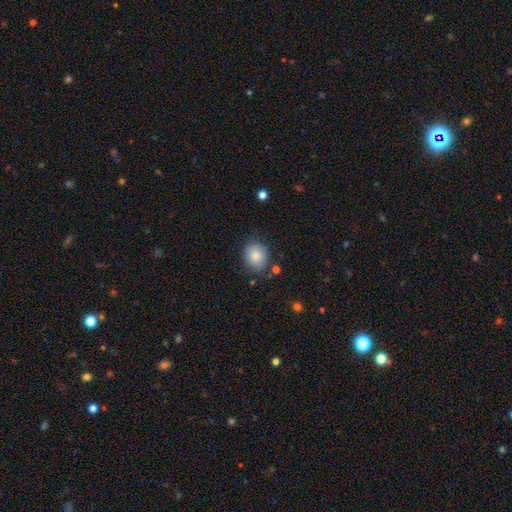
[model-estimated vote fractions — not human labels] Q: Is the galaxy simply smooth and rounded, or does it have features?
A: smooth — 84%.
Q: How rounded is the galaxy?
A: round — 60%.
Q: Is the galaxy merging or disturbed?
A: none — 80%.